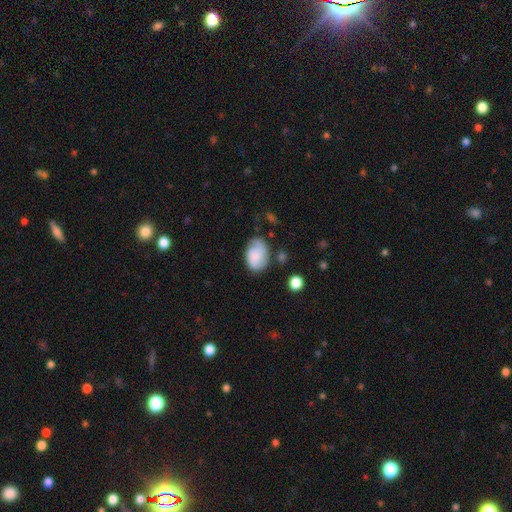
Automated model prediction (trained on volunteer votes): A smooth galaxy with no disk features (49%). Merging: none (62%).